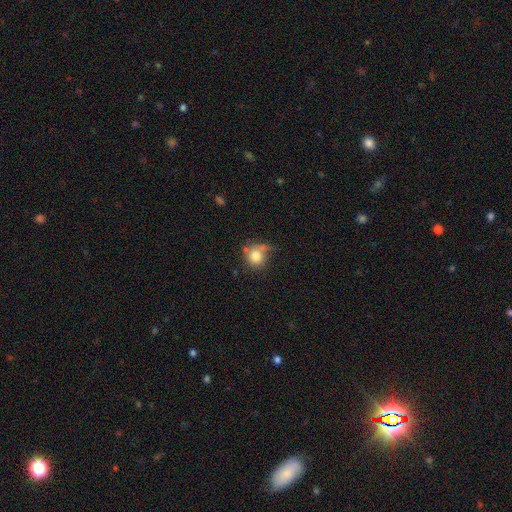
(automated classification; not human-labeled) Smooth or featured?
  - smooth: 78% *
  - featured or disk: 12%
  - star or artifact: 10%
How rounded?
  - round: 82% *
  - in between: 17%
  - cigar-shaped: 1%
Merging?
  - none: 47% *
  - minor disturbance: 26%
  - major disturbance: 15%
  - merger: 11%